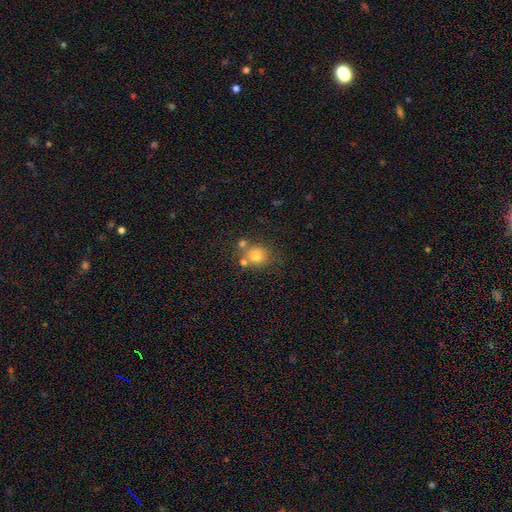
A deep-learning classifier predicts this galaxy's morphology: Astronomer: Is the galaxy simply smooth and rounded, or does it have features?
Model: smooth — 77%.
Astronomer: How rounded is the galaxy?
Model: round — 83%.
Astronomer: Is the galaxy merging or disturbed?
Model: none — 60%.